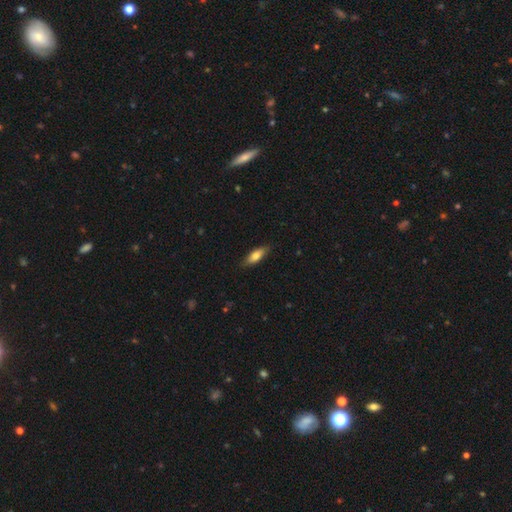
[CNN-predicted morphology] smooth-or-featured: smooth: 72% | featured or disk: 22% | star or artifact: 6%
  how-rounded: in between: 62% | cigar-shaped: 35% | round: 2%
  merging: none: 85% | minor disturbance: 12% | major disturbance: 2% | merger: 1%